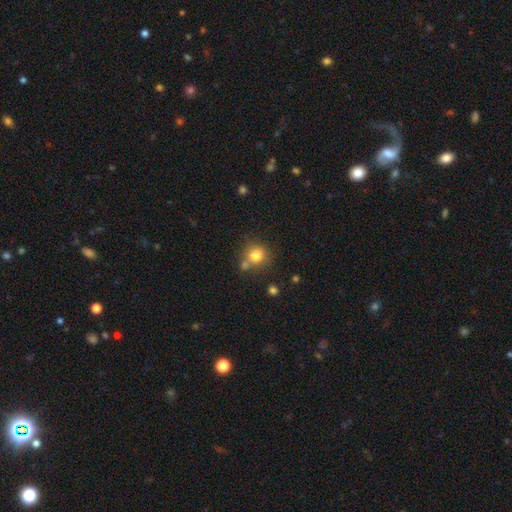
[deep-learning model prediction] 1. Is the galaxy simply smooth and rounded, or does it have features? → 79% smooth, 12% star or artifact, 9% featured or disk.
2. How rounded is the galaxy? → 84% round, 15% in between, 1% cigar-shaped.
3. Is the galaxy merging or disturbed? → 60% none, 23% merger, 13% minor disturbance, 5% major disturbance.